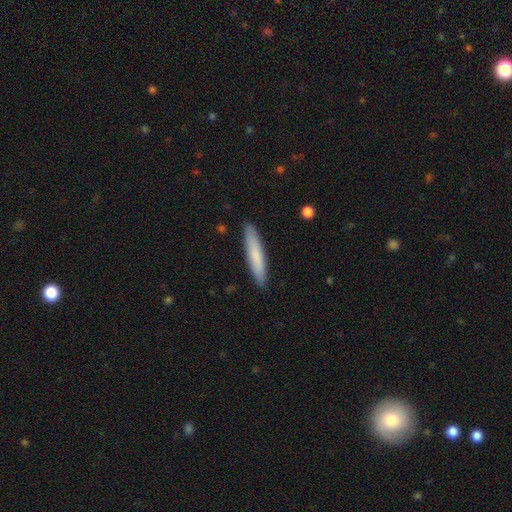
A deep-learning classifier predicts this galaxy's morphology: This is likely a smooth galaxy (77%). How rounded: clearly cigar-shaped (91%). Merging: clearly none (90%).